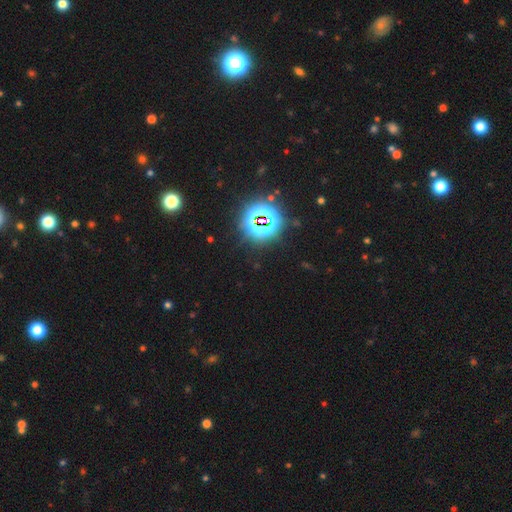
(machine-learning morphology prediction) A star or artifact, not a galaxy (82%).